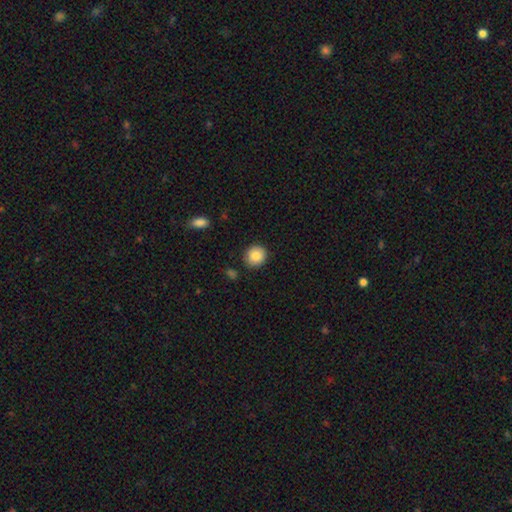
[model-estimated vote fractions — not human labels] smooth_or_featured: smooth (p=0.87) [alt: star or artifact p=0.08]
how_rounded: round (p=0.89) [alt: in between p=0.10]
merging: none (p=0.89) [alt: minor disturbance p=0.07]